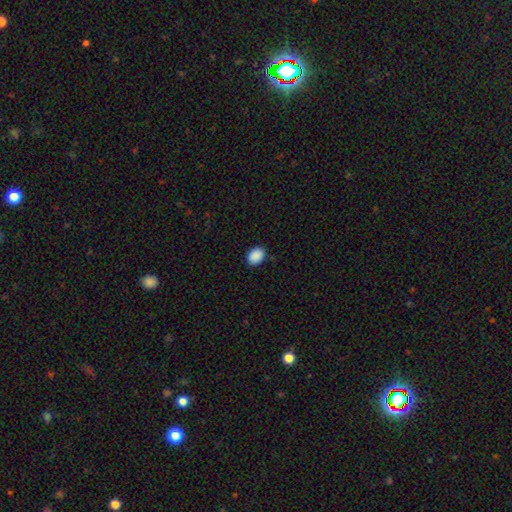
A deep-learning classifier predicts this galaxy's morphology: A smooth galaxy with no disk features (90%) that is in between round and cigar-shaped (65%). Merging: none (87%).